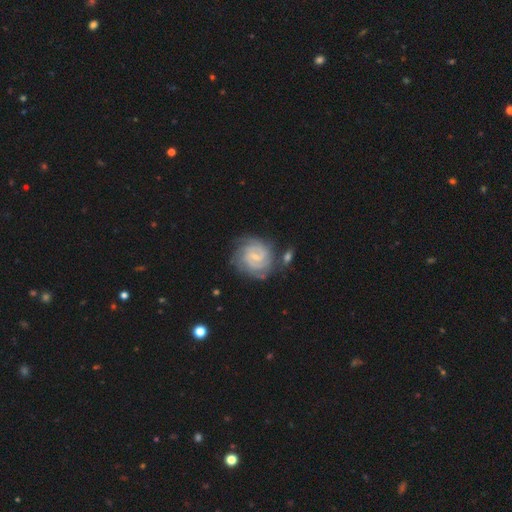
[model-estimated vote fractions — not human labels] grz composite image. It shows a featured or disk galaxy (87%) with a weak bar (52%), 2 (32%) tight (73%) spiral arms (97%) and a small central bulge (74%). Merging: none (70%).